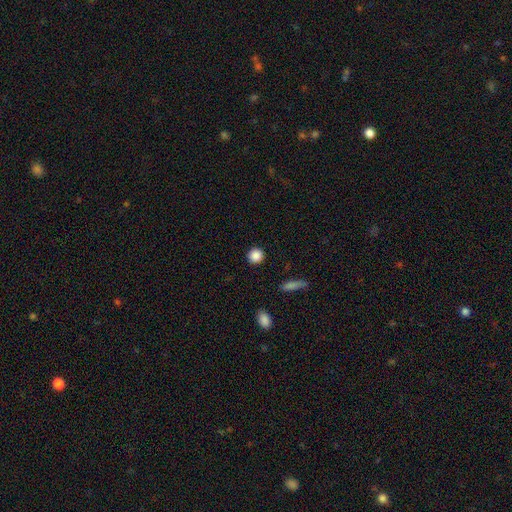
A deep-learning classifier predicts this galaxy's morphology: Overall: smooth (87%). How rounded: round (92%). Merging: none (92%).